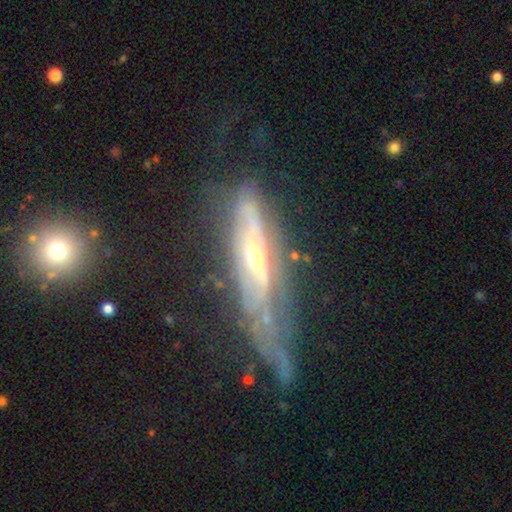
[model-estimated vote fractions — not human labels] A featured or disk galaxy (80%) viewed edge-on (63%). Merging: none (39%).